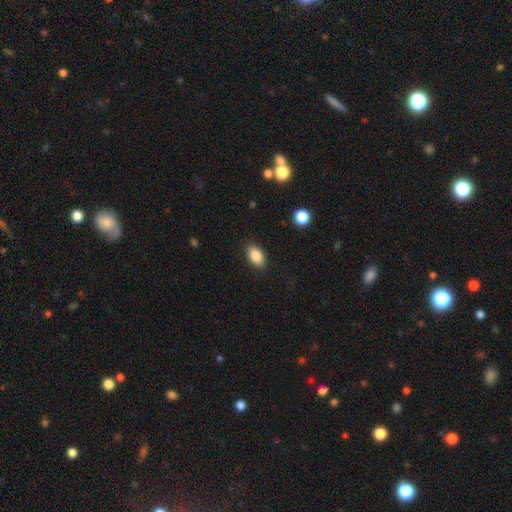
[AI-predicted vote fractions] This appears to be a smooth galaxy with no disk features (86%) that is in between round and cigar-shaped (91%). Merging: none (87%).